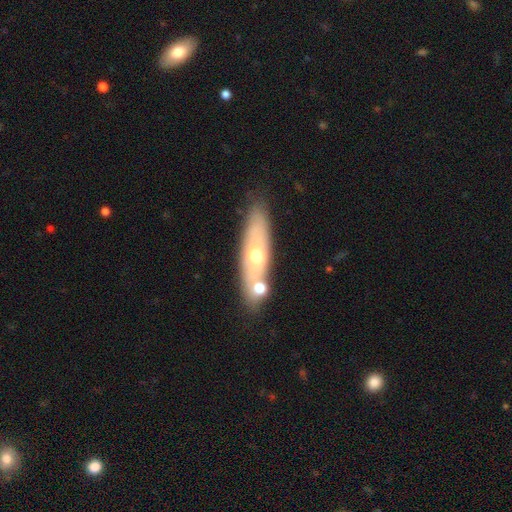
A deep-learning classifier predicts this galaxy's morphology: Smooth or featured?
  - featured or disk: 48% *
  - smooth: 44%
  - star or artifact: 8%
Merging?
  - none: 71% *
  - merger: 13%
  - minor disturbance: 12%
  - major disturbance: 3%